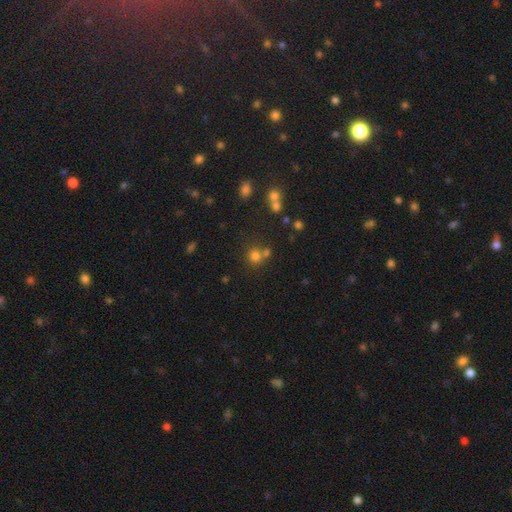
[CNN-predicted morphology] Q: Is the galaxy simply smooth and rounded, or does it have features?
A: smooth — 73%.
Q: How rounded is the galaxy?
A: round — 87%.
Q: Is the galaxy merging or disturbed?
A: none — 58%.